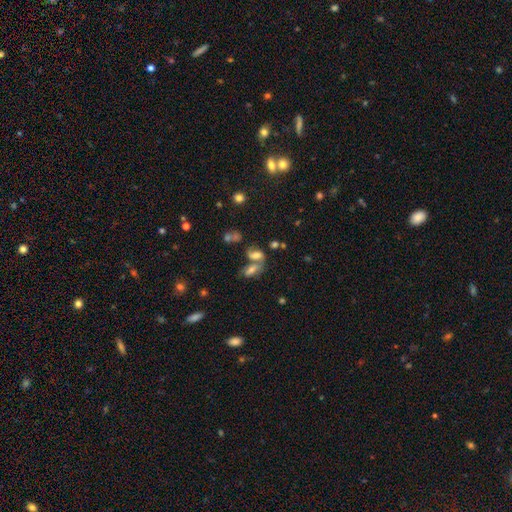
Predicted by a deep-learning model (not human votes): smooth 53%, featured or disk 30%, star or artifact 17%. Down the decision tree: how rounded — in between (79%); merging — merger (53%).